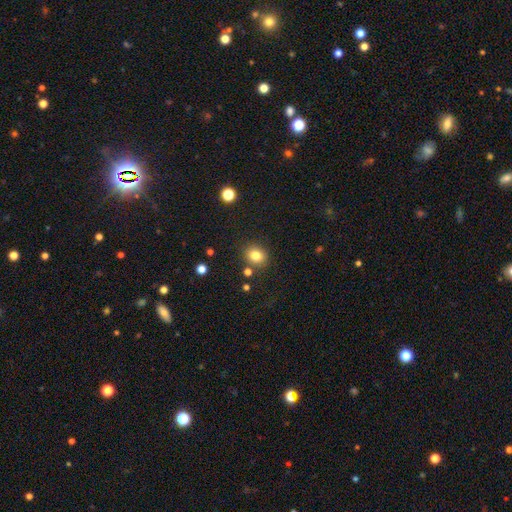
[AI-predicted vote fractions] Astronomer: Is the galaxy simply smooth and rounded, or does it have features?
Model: smooth — 81%.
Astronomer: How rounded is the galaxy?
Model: round — 73%.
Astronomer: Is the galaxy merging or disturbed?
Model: none — 84%.